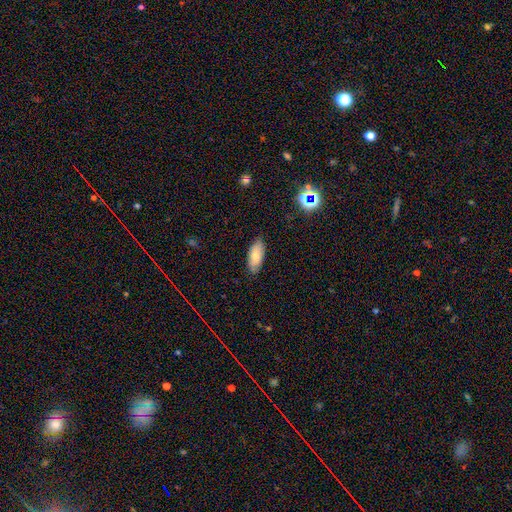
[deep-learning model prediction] This is likely a smooth galaxy (77%). How rounded: clearly in between (86%). Merging: clearly none (84%).